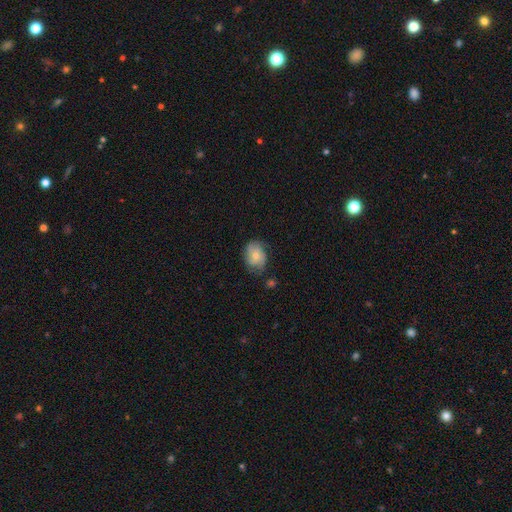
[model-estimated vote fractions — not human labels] smooth 58%, featured or disk 34%, star or artifact 8%. Down the decision tree: how rounded — in between (65%); merging — none (61%).